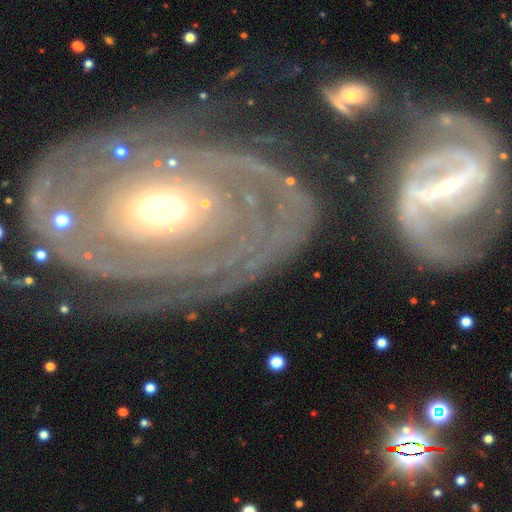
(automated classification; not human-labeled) The model was most divided on "spiral arm count": can't tell: 33%, 2: 29%, 3: 12%, 1: 10%, 4: 8%, more than 4: 8%. More confident: edge-on disk — no (95%); smooth or featured — featured or disk (81%); spiral arms — yes (81%); spiral winding — tight (67%); bar — no (61%); bulge size — moderate (59%); merging — none (57%).